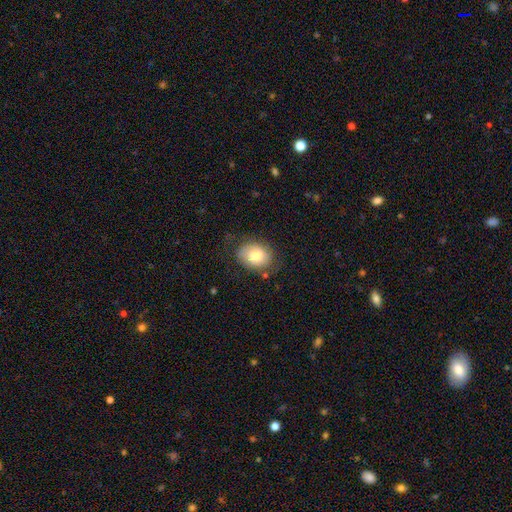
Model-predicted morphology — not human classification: smooth-or-featured: smooth: 73% | featured or disk: 20% | star or artifact: 7%
  how-rounded: in between: 63% | round: 36% | cigar-shaped: 1%
  merging: none: 68% | minor disturbance: 22% | major disturbance: 8% | merger: 2%